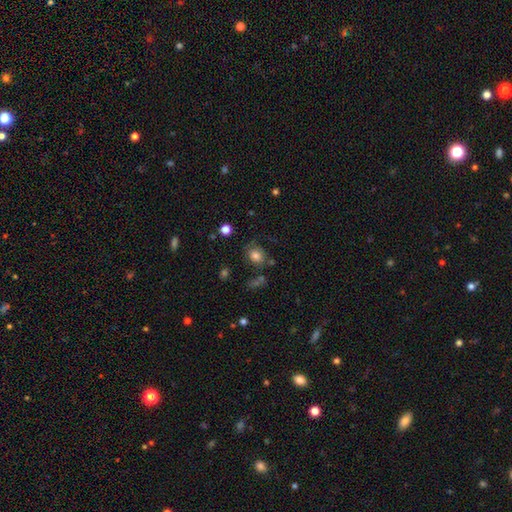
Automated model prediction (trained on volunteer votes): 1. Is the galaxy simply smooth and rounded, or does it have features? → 77% smooth, 12% featured or disk, 12% star or artifact.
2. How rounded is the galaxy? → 61% round, 38% in between, 1% cigar-shaped.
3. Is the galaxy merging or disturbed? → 60% none, 22% minor disturbance, 12% major disturbance, 6% merger.